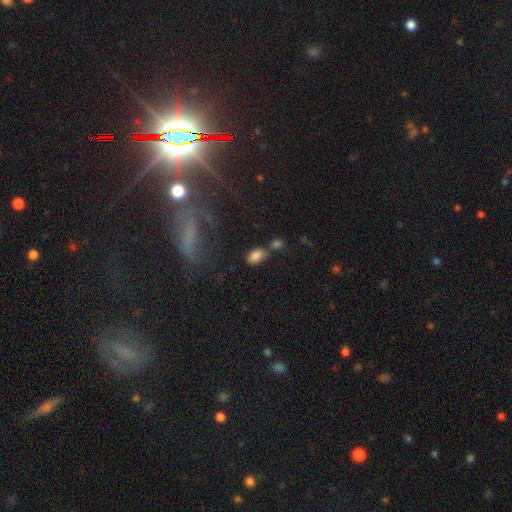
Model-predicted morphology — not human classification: A smooth galaxy with no disk features (82%) that is in between round and cigar-shaped (89%).

Vote fractions:
- Smooth or featured? smooth: 82% / star or artifact: 10% / featured or disk: 8%
- How rounded? in between: 89% / round: 9% / cigar-shaped: 2%
- Merging? none: 47% / merger: 27% / minor disturbance: 18% / major disturbance: 7%